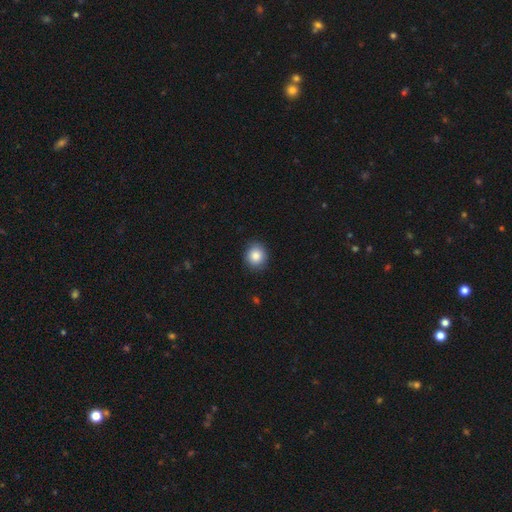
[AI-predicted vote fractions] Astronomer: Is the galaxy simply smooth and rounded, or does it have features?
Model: smooth — 86%.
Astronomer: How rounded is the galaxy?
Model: round — 80%.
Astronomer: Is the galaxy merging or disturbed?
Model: none — 88%.